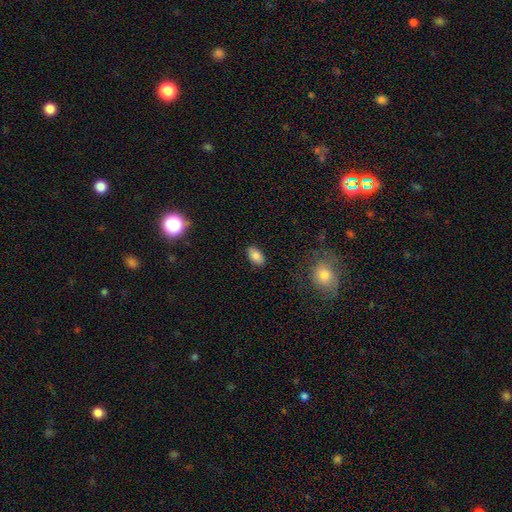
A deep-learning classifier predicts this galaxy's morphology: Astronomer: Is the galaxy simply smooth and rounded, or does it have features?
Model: smooth — 82%.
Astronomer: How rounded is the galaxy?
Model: in between — 93%.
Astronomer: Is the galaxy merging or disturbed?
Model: none — 86%.